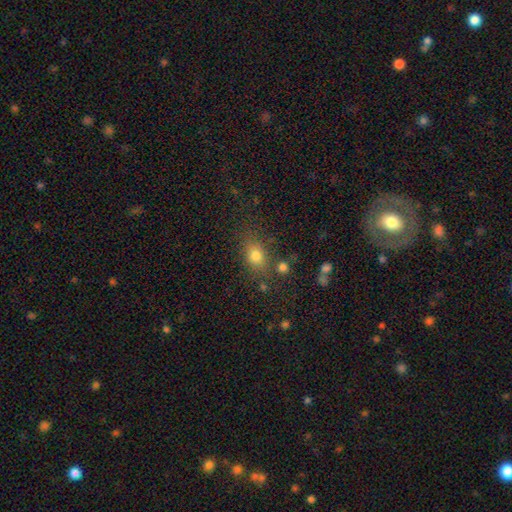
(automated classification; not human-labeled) The model was most divided on "how rounded": in between: 56%, round: 41%, cigar-shaped: 3%. More confident: smooth or featured — smooth (76%); merging — none (72%).